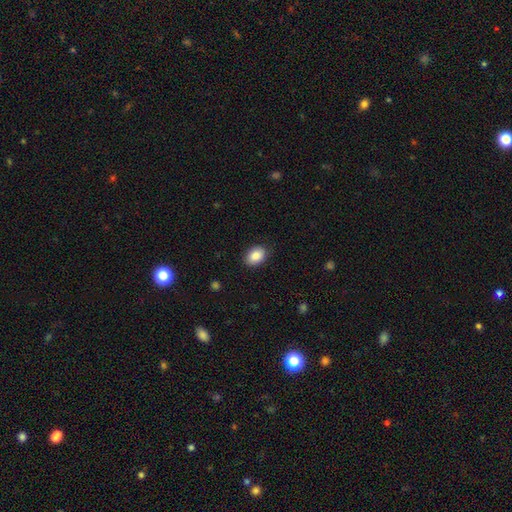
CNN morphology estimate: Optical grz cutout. It shows a smooth galaxy with no disk features (88%) that is in between round and cigar-shaped (79%). Merging: none (86%).